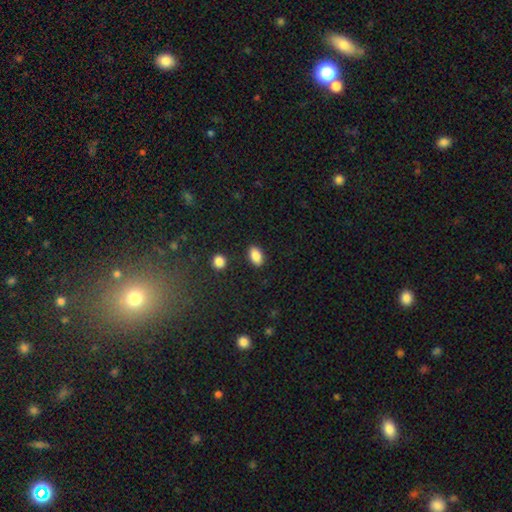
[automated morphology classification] smooth 87%, star or artifact 8%, featured or disk 5%. Down the decision tree: how rounded — in between (91%); merging — none (88%).